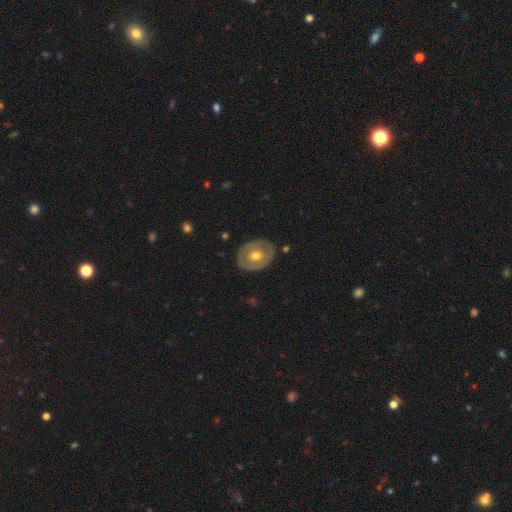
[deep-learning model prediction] A featured or disk galaxy (52%).

Vote fractions:
- Smooth or featured? featured or disk: 52% / smooth: 43% / star or artifact: 5%
- Edge-on disk? no: 93% / yes: 7%
- Merging? none: 82% / minor disturbance: 13% / major disturbance: 4% / merger: 1%